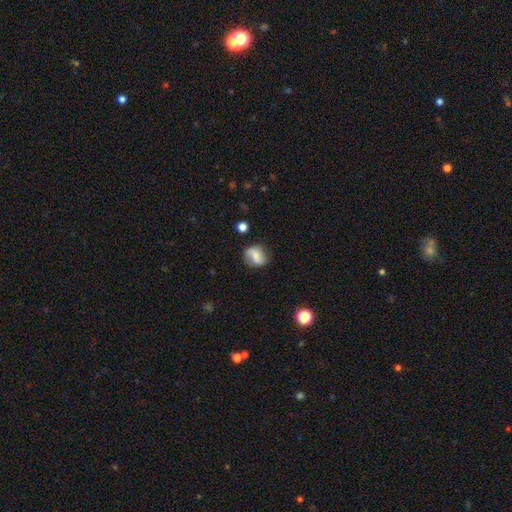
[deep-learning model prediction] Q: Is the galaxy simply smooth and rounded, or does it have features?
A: smooth — 55%.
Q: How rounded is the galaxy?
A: round — 55%.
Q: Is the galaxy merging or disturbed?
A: none — 66%.